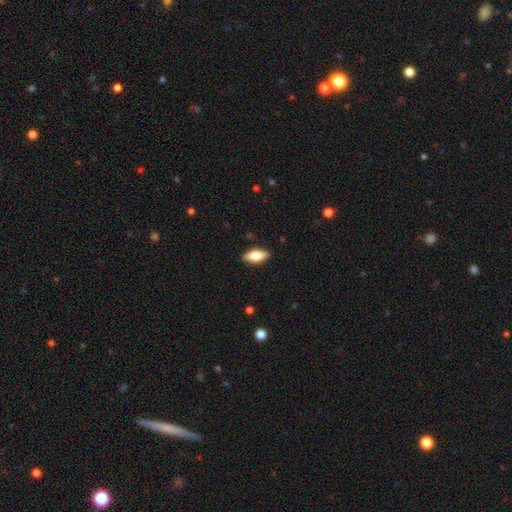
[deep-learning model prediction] smooth 70%, featured or disk 24%, star or artifact 6%. Down the decision tree: how rounded — in between (78%); merging — none (88%).